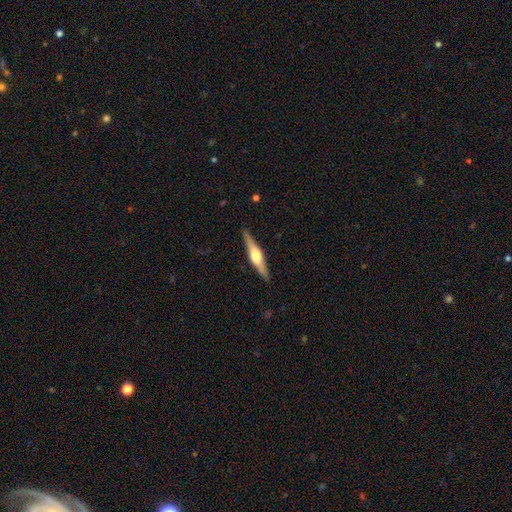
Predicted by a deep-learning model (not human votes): smooth-or-featured: featured or disk: 71% | smooth: 24% | star or artifact: 5%
  disk-edge-on: yes: 97% | no: 3%
    edge-on-bulge: rounded: 89% | boxy: 8% | none: 3%
  merging: none: 89% | minor disturbance: 8% | major disturbance: 2% | merger: 1%